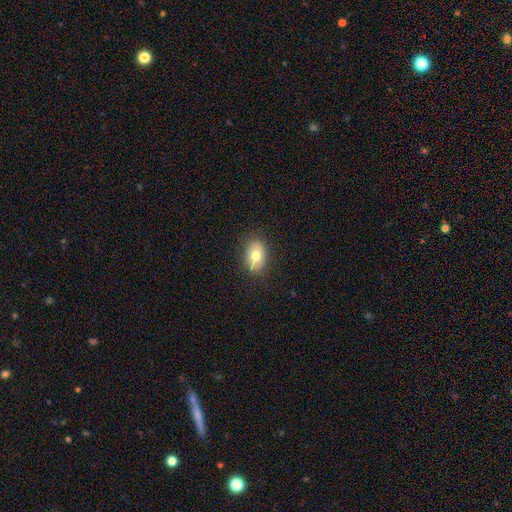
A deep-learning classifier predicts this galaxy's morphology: This appears to be a smooth galaxy with no disk features (71%) that is in between round and cigar-shaped (83%). Merging: none (84%).